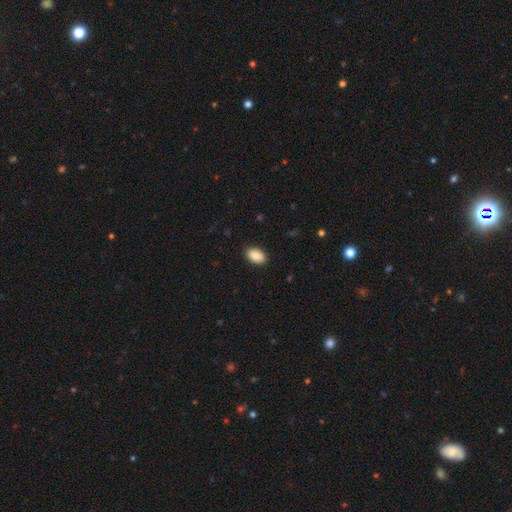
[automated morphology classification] smooth_or_featured: smooth (p=0.89) [alt: star or artifact p=0.07]
how_rounded: in between (p=0.92) [alt: round p=0.07]
merging: none (p=0.90) [alt: minor disturbance p=0.07]